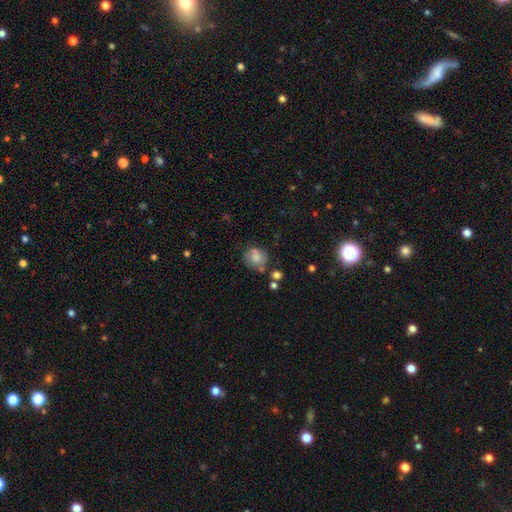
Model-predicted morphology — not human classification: Smooth or featured? smooth (74%)
How rounded? round (79%)
Merging? none (65%)